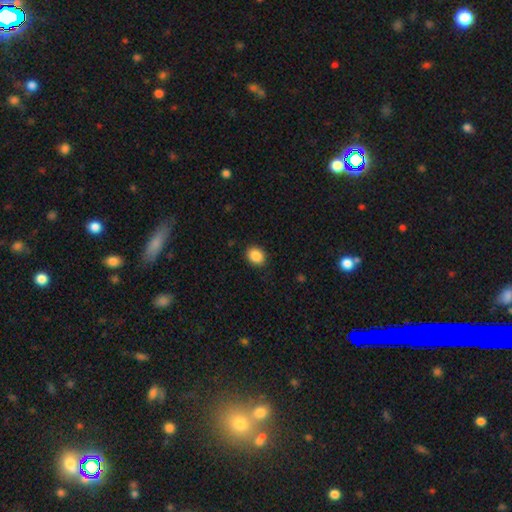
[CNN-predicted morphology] Smooth or featured?
  - smooth: 88% *
  - star or artifact: 9%
  - featured or disk: 3%
How rounded?
  - round: 53% *
  - in between: 46%
  - cigar-shaped: 1%
Merging?
  - none: 89% *
  - minor disturbance: 8%
  - major disturbance: 2%
  - merger: 1%